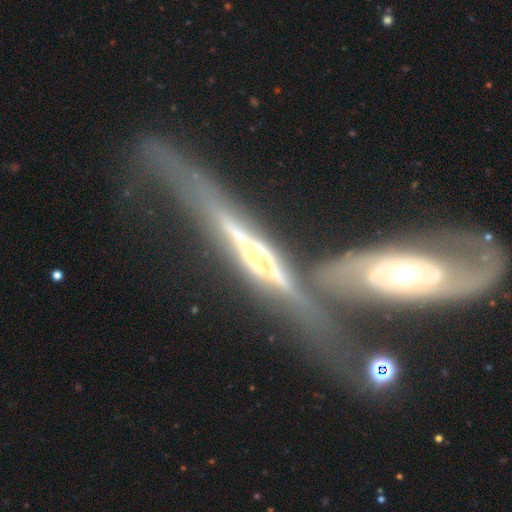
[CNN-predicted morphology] A featured or disk galaxy (84%) viewed edge-on (88%) with a rounded central bulge (57%).

Vote fractions:
- Smooth or featured? featured or disk: 84% / smooth: 10% / star or artifact: 7%
- Edge-on disk? yes: 88% / no: 12%
- Edge-on bulge? rounded: 57% / boxy: 23% / none: 20%
- Merging? merger: 44% / none: 29% / minor disturbance: 14% / major disturbance: 13%